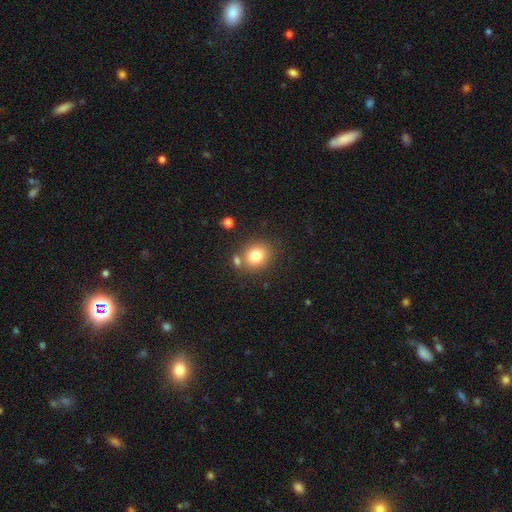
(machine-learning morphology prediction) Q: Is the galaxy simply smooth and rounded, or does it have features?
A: smooth — 80%.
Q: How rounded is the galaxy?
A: round — 71%.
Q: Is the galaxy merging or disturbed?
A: none — 72%.